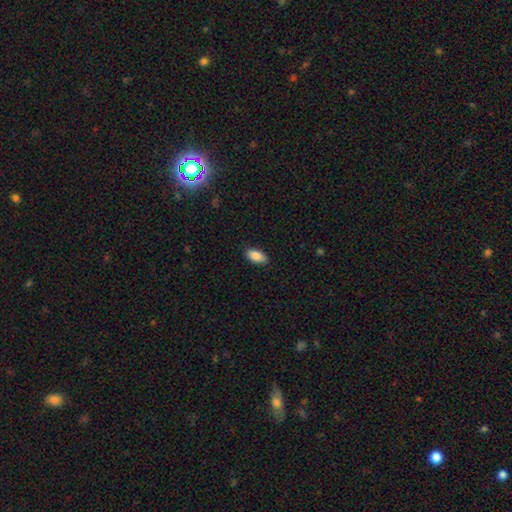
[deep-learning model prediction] A smooth galaxy with no disk features (87%) that is in between round and cigar-shaped (89%). Merging: none (89%).